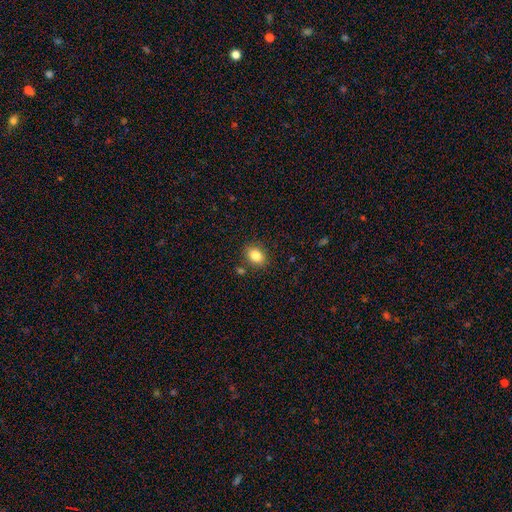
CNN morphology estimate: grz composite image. It shows a smooth galaxy with no disk features (84%) that is in between round and cigar-shaped (66%). Merging: none (84%).